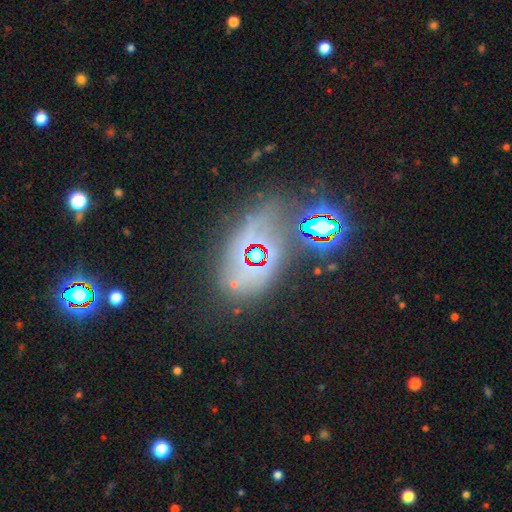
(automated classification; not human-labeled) The model was most divided on "smooth or featured": star or artifact: 51%, smooth: 26%, featured or disk: 23%.